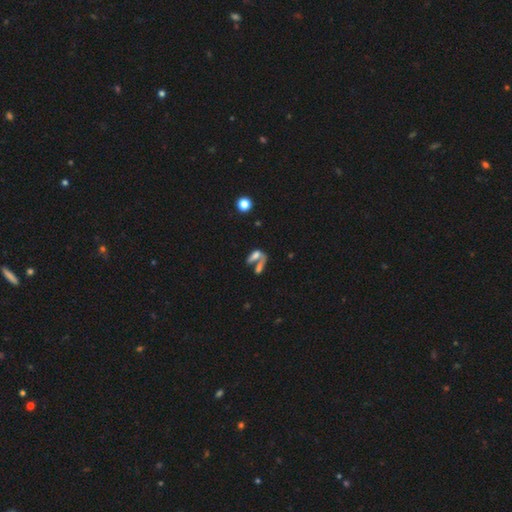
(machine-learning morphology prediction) The model was most divided on "smooth or featured": smooth: 56%, featured or disk: 30%, star or artifact: 14%. More confident: how rounded — in between (62%); merging — merger (55%).